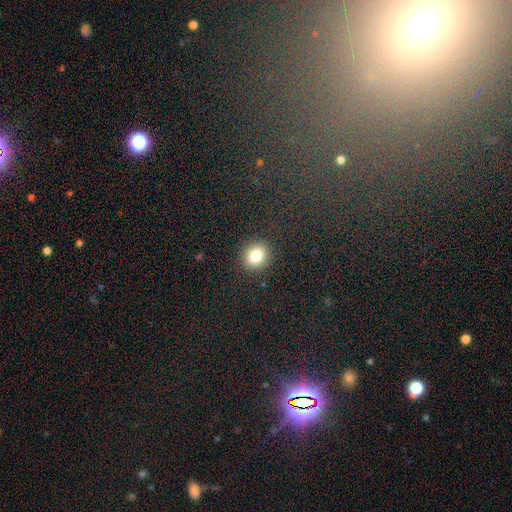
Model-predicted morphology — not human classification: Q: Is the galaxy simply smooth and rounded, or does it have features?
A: smooth — 82%.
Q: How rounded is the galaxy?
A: round — 70%.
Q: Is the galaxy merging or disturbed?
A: none — 89%.